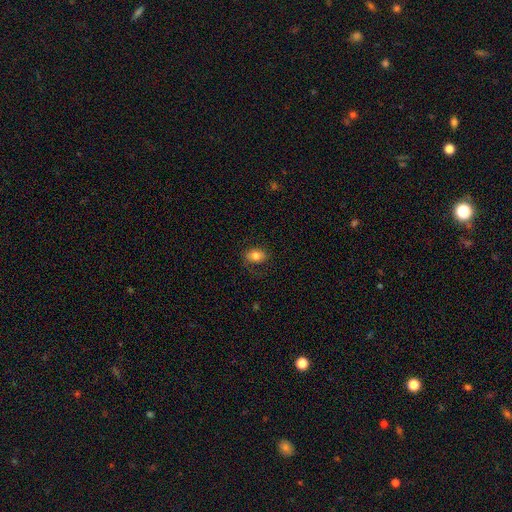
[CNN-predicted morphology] Smooth or featured?
  - smooth: 77% *
  - featured or disk: 15%
  - star or artifact: 9%
How rounded?
  - in between: 80% *
  - round: 19%
  - cigar-shaped: 1%
Merging?
  - none: 72% *
  - minor disturbance: 17%
  - major disturbance: 10%
  - merger: 1%